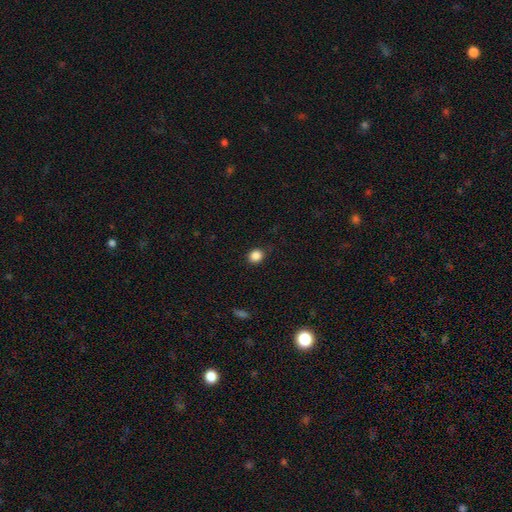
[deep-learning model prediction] This appears to be a smooth galaxy with no disk features (86%) that is round (73%). Merging: none (88%).